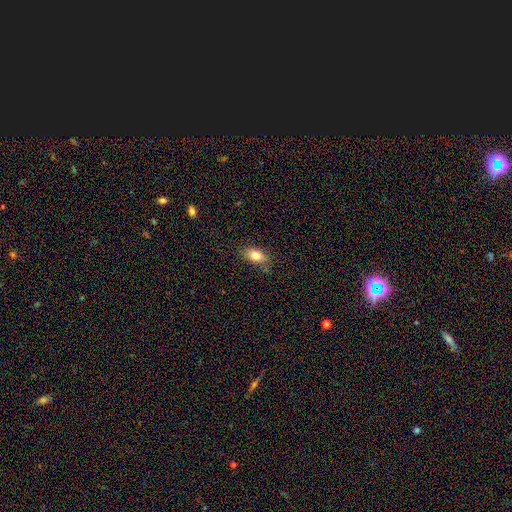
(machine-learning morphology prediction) The model was most divided on "merging": none: 77%, minor disturbance: 18%, major disturbance: 4%, merger: 1%. More confident: how rounded — in between (83%); smooth or featured — smooth (80%).